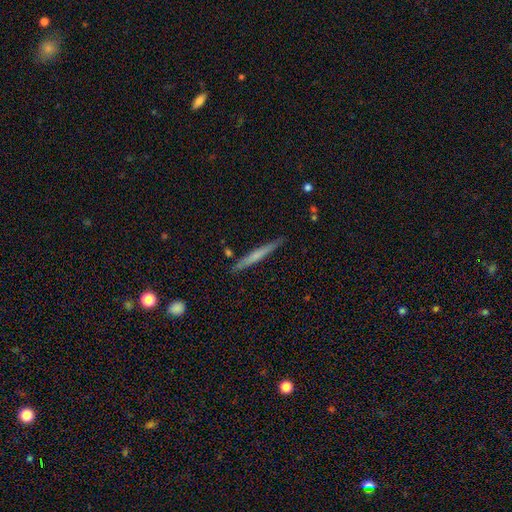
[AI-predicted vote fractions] smooth_or_featured: smooth (p=0.53) [alt: featured or disk p=0.41]
how_rounded: cigar-shaped (p=0.96) [alt: in between p=0.02]
merging: none (p=0.86) [alt: minor disturbance p=0.10]